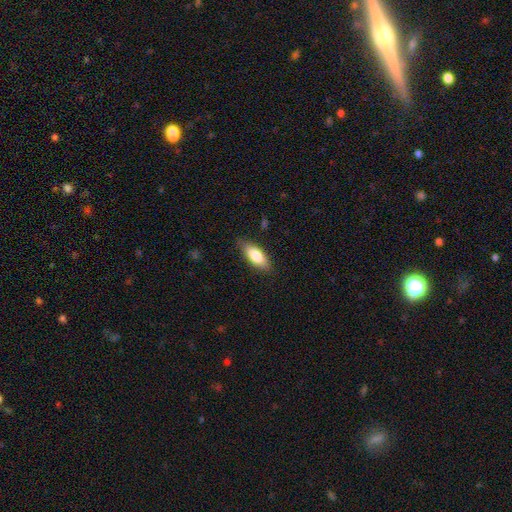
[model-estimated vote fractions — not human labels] Morphology: type=smooth (79%); roundness=in between (76%); merging=none (82%).